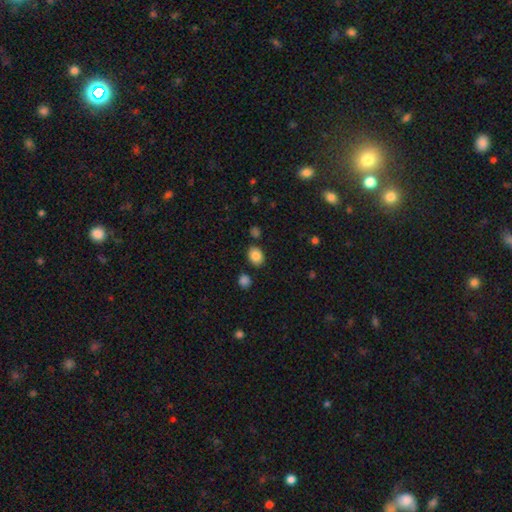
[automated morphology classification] Overall: smooth (86%). How rounded: in between (60%; round 39%). Merging: none (81%).